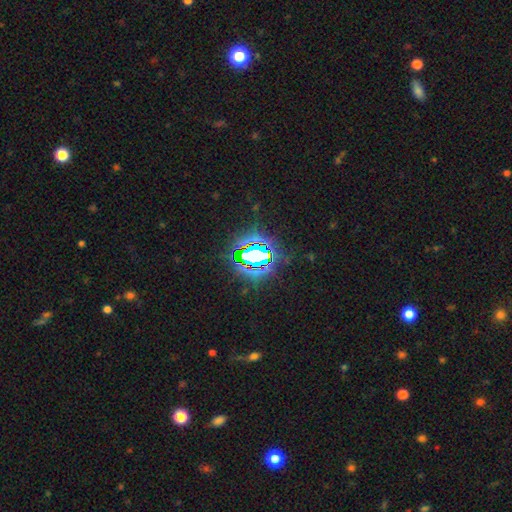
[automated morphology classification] type=star or artifact (82%).